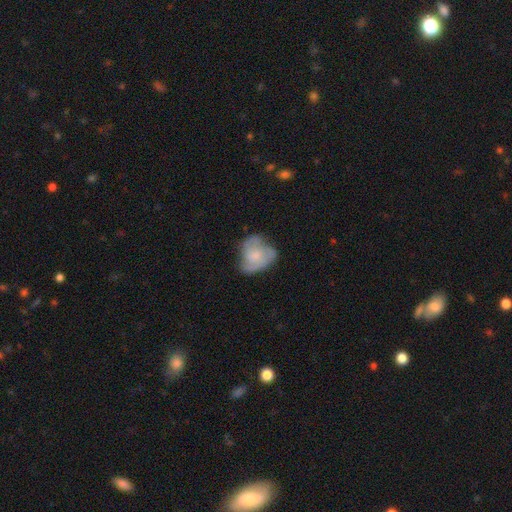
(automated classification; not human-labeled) The model was most divided on "merging": none: 47%, minor disturbance: 31%, major disturbance: 19%, merger: 3%. More confident: edge-on disk — no (98%); spiral arms — yes (79%); bar — no (77%); bulge size — small (57%); smooth or featured — featured or disk (56%).